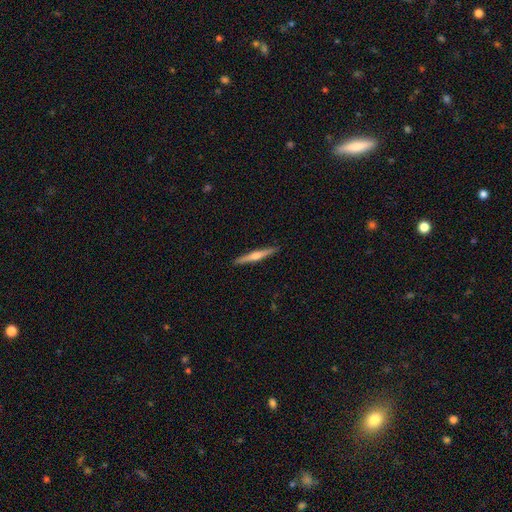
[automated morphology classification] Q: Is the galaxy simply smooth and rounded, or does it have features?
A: featured or disk — 64%.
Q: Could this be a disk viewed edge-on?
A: yes — 98%.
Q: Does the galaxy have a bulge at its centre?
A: rounded — 86%.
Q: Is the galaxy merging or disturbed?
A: none — 92%.